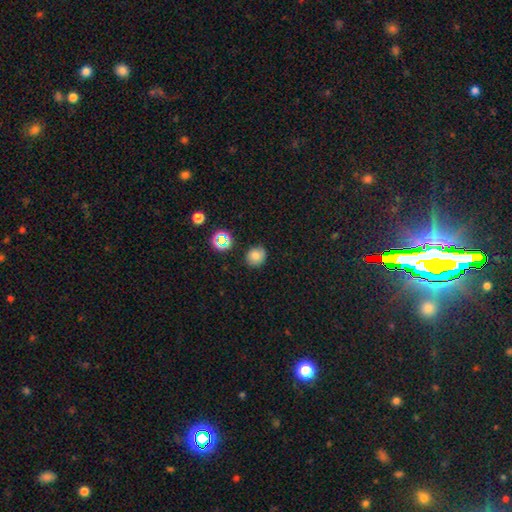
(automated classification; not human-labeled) Overall: smooth (74%). How rounded: round (77%). Merging: none (81%).